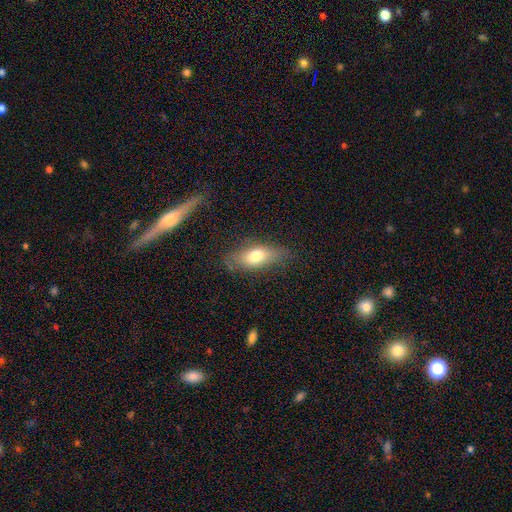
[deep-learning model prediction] The model was most divided on "smooth or featured": smooth: 69%, featured or disk: 23%, star or artifact: 9%. More confident: how rounded — in between (76%); merging — none (71%).